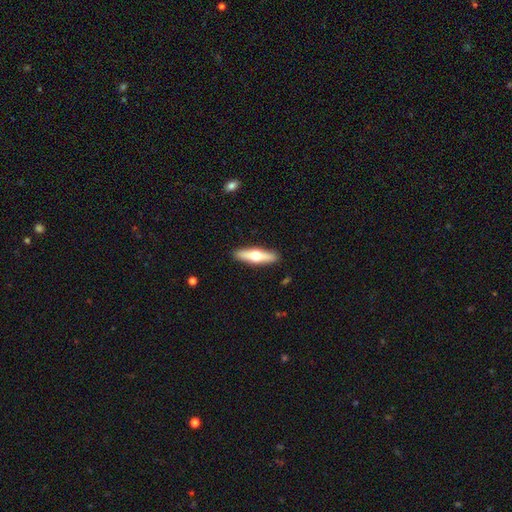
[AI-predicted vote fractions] The model was most divided on "smooth or featured": featured or disk: 48%, smooth: 46%, star or artifact: 5%. More confident: merging — none (90%).